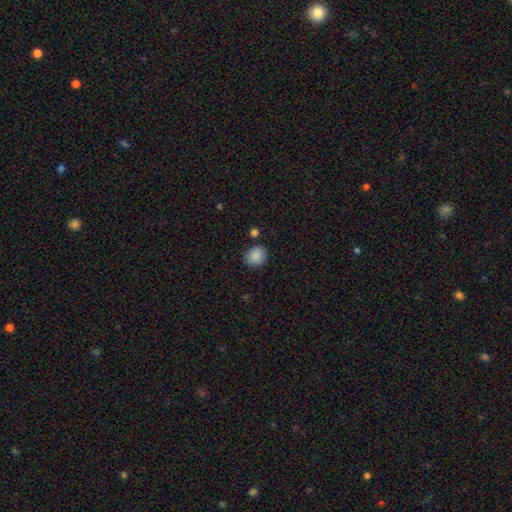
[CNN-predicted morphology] Smooth or featured? smooth (88%)
How rounded? round (67%)
Merging? none (79%)